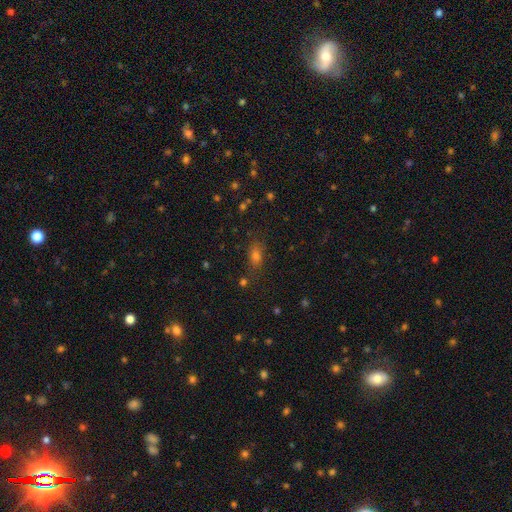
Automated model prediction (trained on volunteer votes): The model was most divided on "smooth or featured": smooth: 63%, star or artifact: 27%, featured or disk: 10%. More confident: merging — none (78%); how rounded — in between (71%).